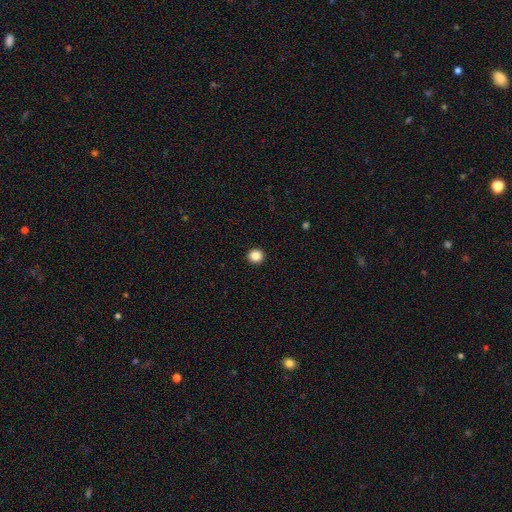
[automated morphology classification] Smooth or featured? smooth (86%)
How rounded? round (94%)
Merging? none (94%)